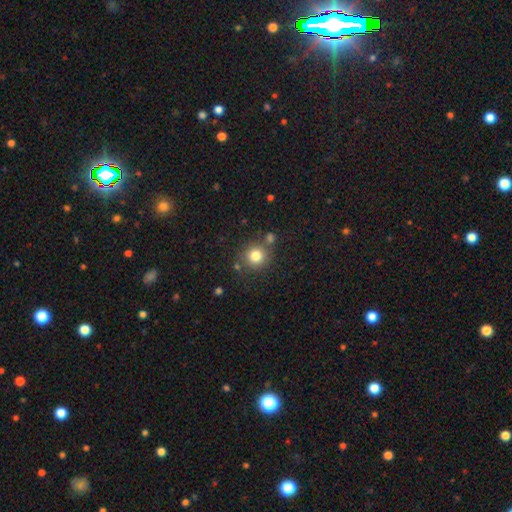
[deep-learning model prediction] A smooth galaxy with no disk features (81%) that is round (92%). Merging: none (78%).